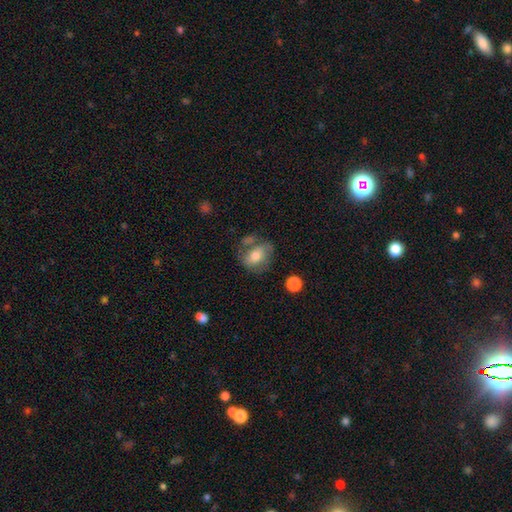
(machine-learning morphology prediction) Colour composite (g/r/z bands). It shows a smooth galaxy with no disk features (68%) that is in between round and cigar-shaped (59%). Merging: none (47%).